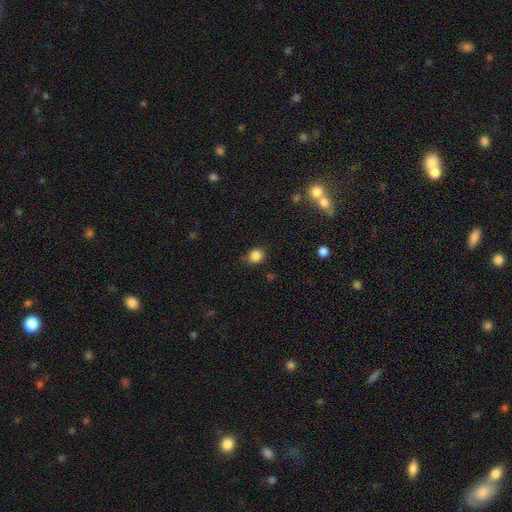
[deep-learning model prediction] The model was most divided on "how rounded": round: 78%, in between: 21%, cigar-shaped: 1%. More confident: smooth or featured — smooth (85%); merging — none (77%).